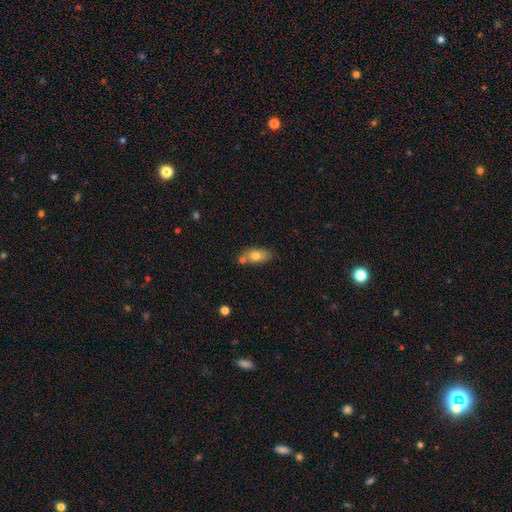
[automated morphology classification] This appears to be a smooth galaxy with no disk features (72%) that is in between round and cigar-shaped (85%). Merging: none (63%).